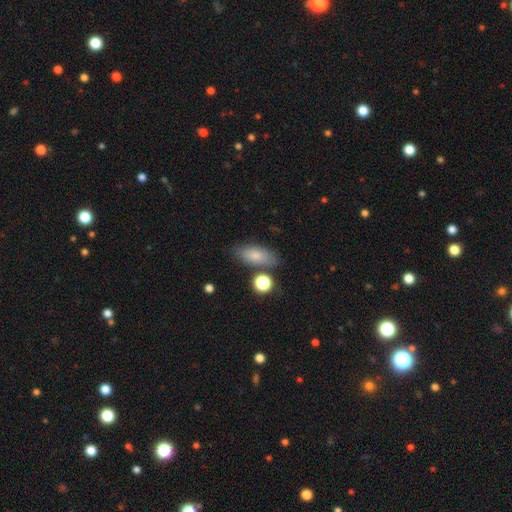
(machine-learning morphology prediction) The model was most divided on "merging": none: 75%, minor disturbance: 14%, merger: 7%, major disturbance: 4%. More confident: smooth or featured — smooth (79%); how rounded — in between (78%).